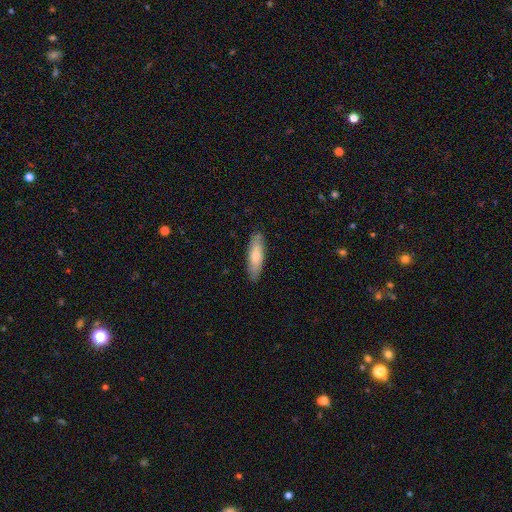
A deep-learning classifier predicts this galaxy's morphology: A smooth galaxy with no disk features (67%) that is cigar-shaped (59%). Merging: none (87%).